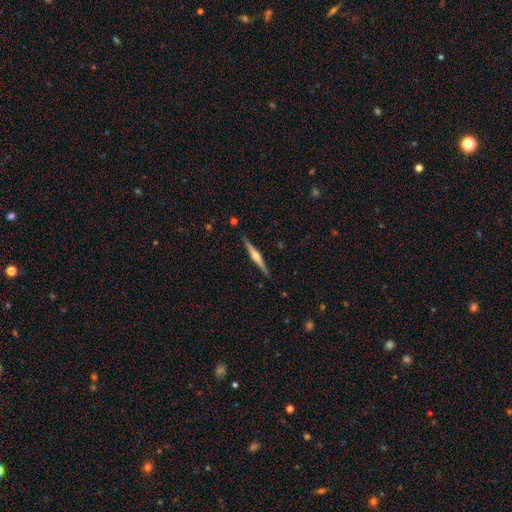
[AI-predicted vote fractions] Smooth or featured?
  - featured or disk: 77% *
  - smooth: 18%
  - star or artifact: 5%
Edge-on disk?
  - yes: 98% *
  - no: 2%
Edge-on bulge?
  - rounded: 82% *
  - boxy: 11%
  - none: 6%
Merging?
  - none: 91% *
  - minor disturbance: 7%
  - major disturbance: 1%
  - merger: 1%